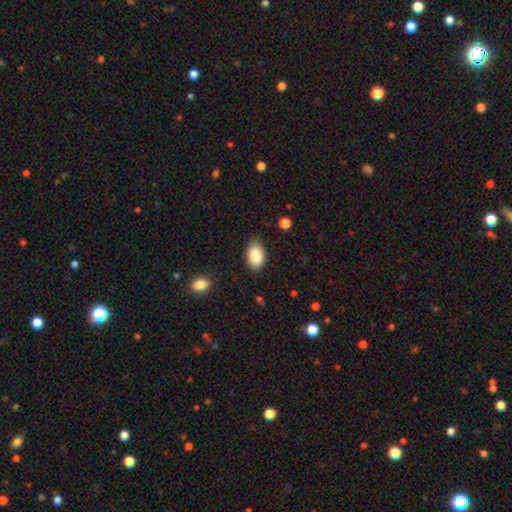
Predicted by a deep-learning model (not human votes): Smooth or featured?
  - smooth: 88% *
  - star or artifact: 7%
  - featured or disk: 5%
How rounded?
  - in between: 93% *
  - round: 5%
  - cigar-shaped: 1%
Merging?
  - none: 81% *
  - minor disturbance: 15%
  - major disturbance: 3%
  - merger: 1%